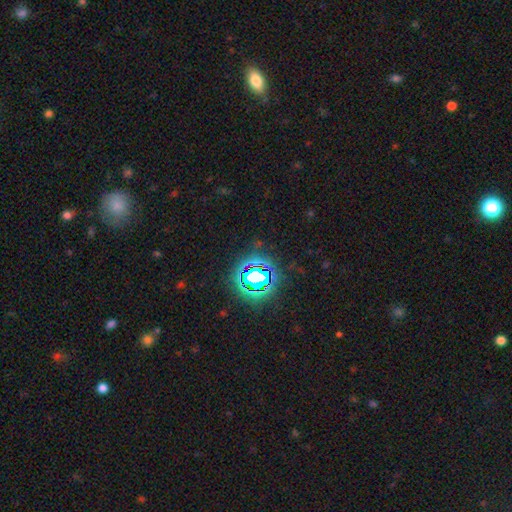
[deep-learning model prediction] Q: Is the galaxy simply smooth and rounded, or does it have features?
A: star or artifact — 79%.